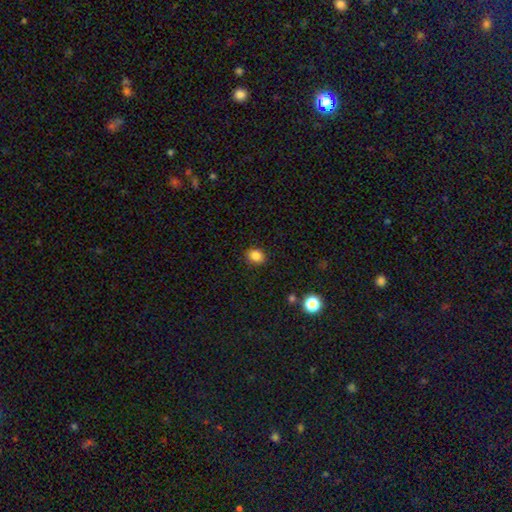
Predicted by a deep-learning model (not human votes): Smooth or featured?
  - smooth: 84% *
  - star or artifact: 11%
  - featured or disk: 5%
How rounded?
  - round: 60% *
  - in between: 39%
  - cigar-shaped: 1%
Merging?
  - none: 88% *
  - minor disturbance: 9%
  - major disturbance: 2%
  - merger: 1%